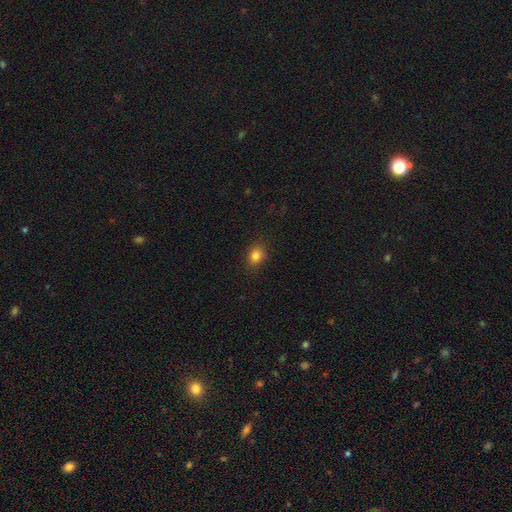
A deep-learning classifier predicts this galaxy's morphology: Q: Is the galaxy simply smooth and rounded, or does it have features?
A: smooth — 83%.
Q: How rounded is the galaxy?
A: in between — 50%.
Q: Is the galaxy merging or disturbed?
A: none — 86%.